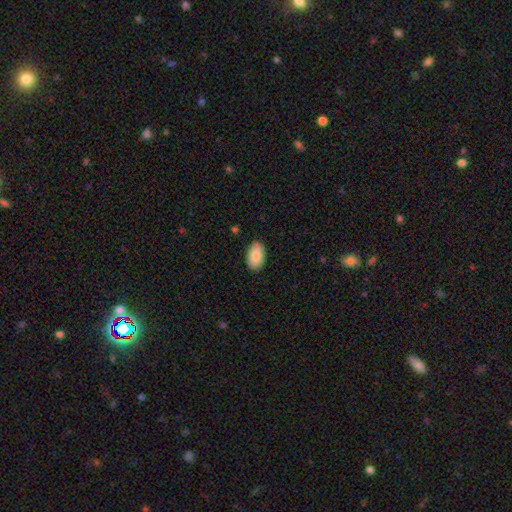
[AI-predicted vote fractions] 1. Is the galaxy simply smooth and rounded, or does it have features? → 85% smooth, 9% featured or disk, 6% star or artifact.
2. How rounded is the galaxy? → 94% in between, 5% round, 1% cigar-shaped.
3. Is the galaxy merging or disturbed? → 87% none, 10% minor disturbance, 2% major disturbance, 1% merger.